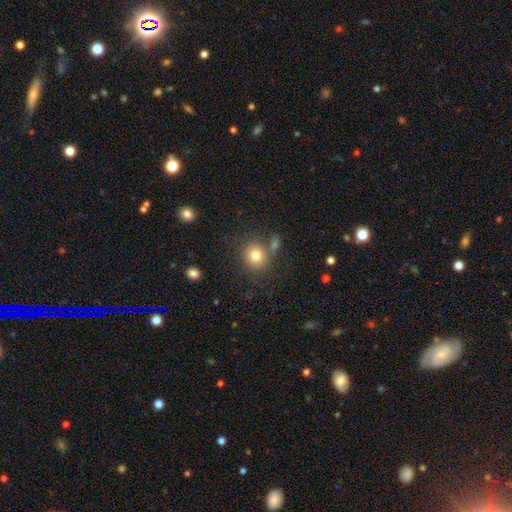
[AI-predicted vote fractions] Smooth or featured: smooth — 78% (star or artifact — 12%)
How rounded: round — 85% (in between — 14%)
Merging: none — 69% (merger — 15%)